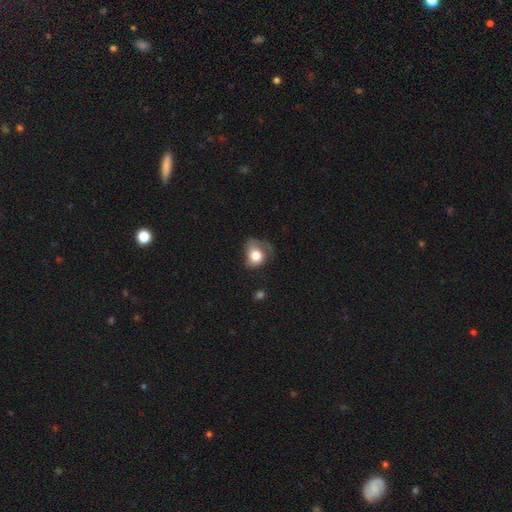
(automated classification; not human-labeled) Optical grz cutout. It shows a smooth galaxy with no disk features (66%) that is round (58%). Merging: major disturbance (40%).